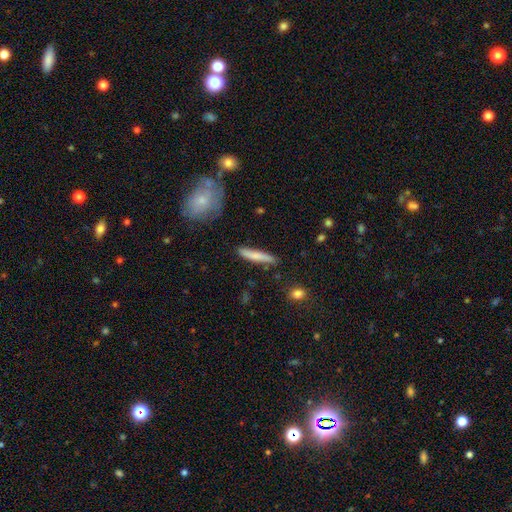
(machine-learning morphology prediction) Smooth or featured? smooth (73%)
How rounded? cigar-shaped (91%)
Merging? none (83%)